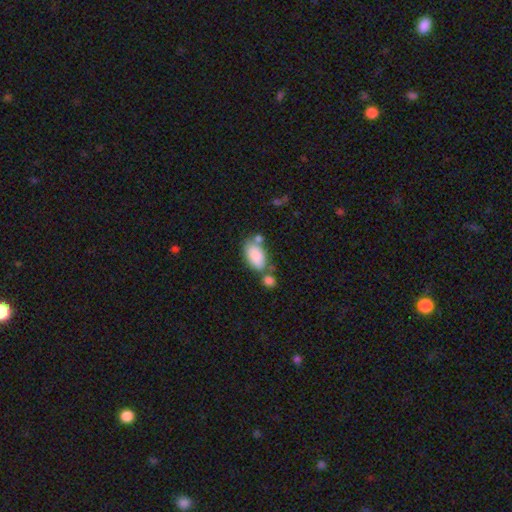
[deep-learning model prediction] Smooth or featured: smooth — 85% (featured or disk — 8%)
How rounded: in between — 94% (round — 4%)
Merging: none — 49% (merger — 29%)